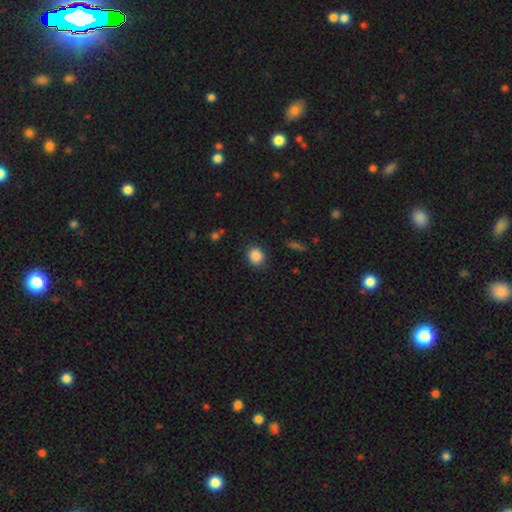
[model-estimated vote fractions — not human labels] smooth_or_featured: smooth (p=0.87) [alt: star or artifact p=0.09]
how_rounded: round (p=0.68) [alt: in between p=0.30]
merging: none (p=0.86) [alt: minor disturbance p=0.10]